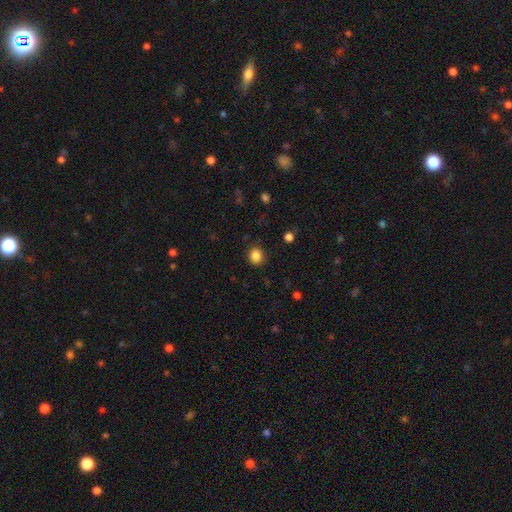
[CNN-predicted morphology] Smooth or featured: smooth — 86% (star or artifact — 11%)
How rounded: round — 74% (in between — 26%)
Merging: none — 88% (minor disturbance — 8%)